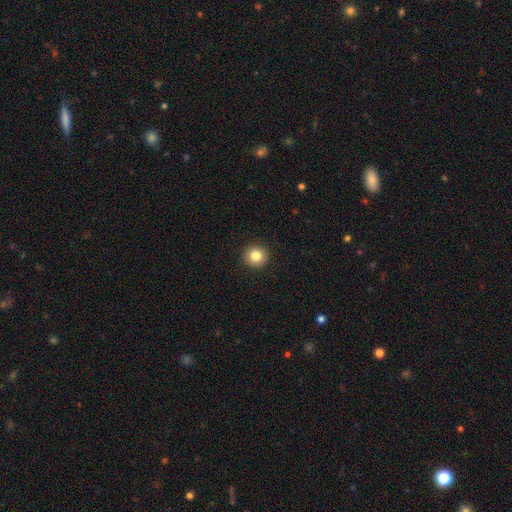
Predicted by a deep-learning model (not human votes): A smooth galaxy with no disk features (84%) that is round (94%). Merging: none (93%).